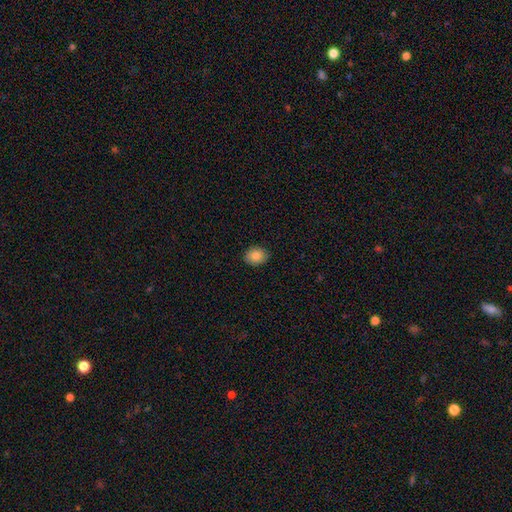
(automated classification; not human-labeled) Smooth or featured? Predicted: smooth (p=0.83). How rounded? Predicted: in between (p=0.51). Merging? Predicted: none (p=0.88).